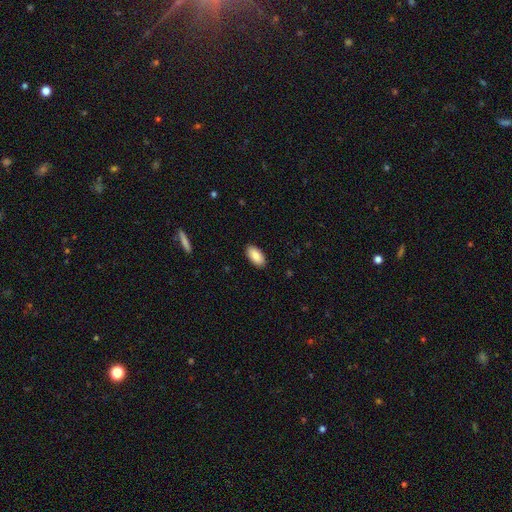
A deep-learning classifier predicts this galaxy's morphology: Smooth or featured? Predicted: smooth (p=0.88). How rounded? Predicted: in between (p=0.94). Merging? Predicted: none (p=0.90).